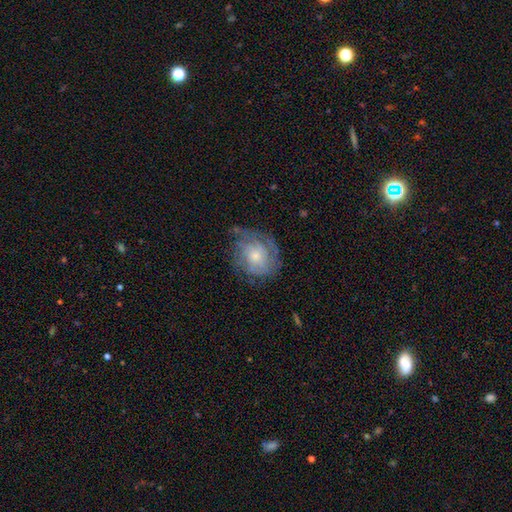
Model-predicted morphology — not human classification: type=featured or disk (69%); edge-on=no (97%); bar=no (80%); spiral arms=yes (85%); winding=tight (61%); arm count=can't tell (50%); bulge=small (49%); merging=none (62%).